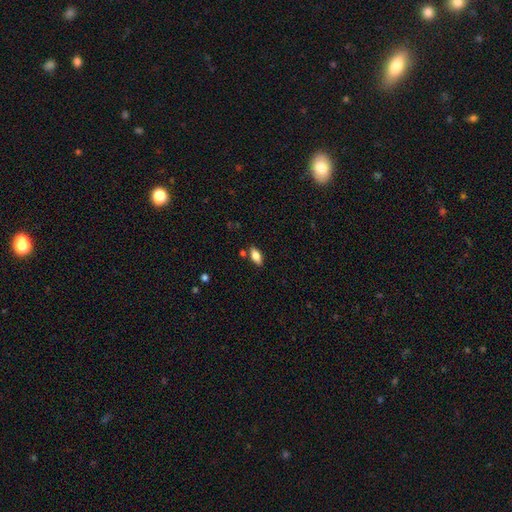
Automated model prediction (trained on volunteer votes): Q: Smooth or featured?
A: smooth (78%); runner-up: featured or disk (15%)
Q: How rounded?
A: in between (87%); runner-up: cigar-shaped (10%)
Q: Merging?
A: none (82%); runner-up: minor disturbance (11%)